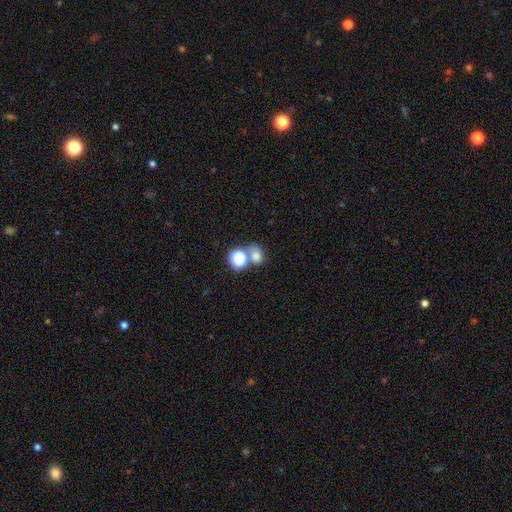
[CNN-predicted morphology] smooth 71%, star or artifact 20%, featured or disk 9%. Down the decision tree: how rounded — round (58%); merging — none (49%).